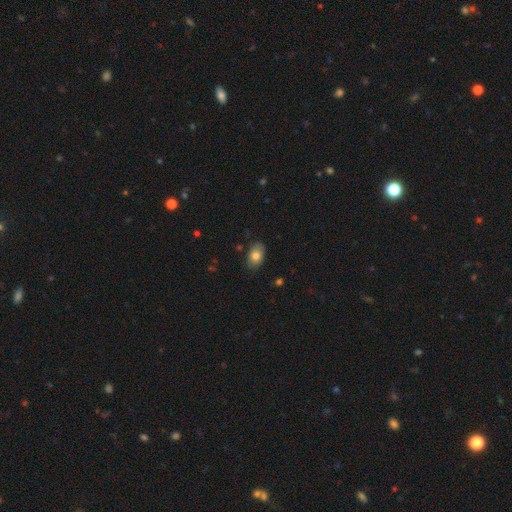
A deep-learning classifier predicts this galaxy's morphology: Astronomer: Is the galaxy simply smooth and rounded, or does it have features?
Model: smooth — 80%.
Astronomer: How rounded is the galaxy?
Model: in between — 87%.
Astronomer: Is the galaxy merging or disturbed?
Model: none — 82%.